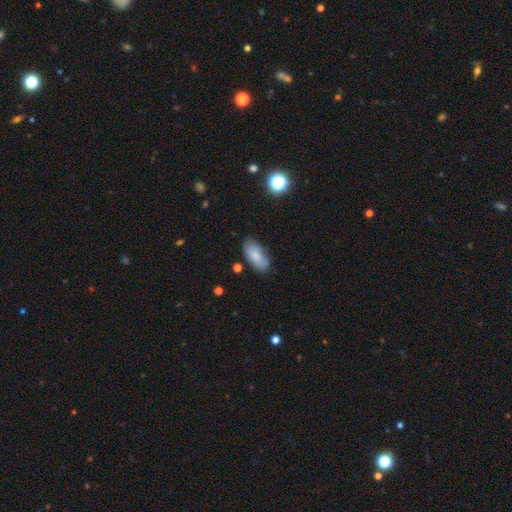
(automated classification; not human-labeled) Smooth or featured? Predicted: smooth (p=0.82). How rounded? Predicted: in between (p=0.90). Merging? Predicted: none (p=0.78).